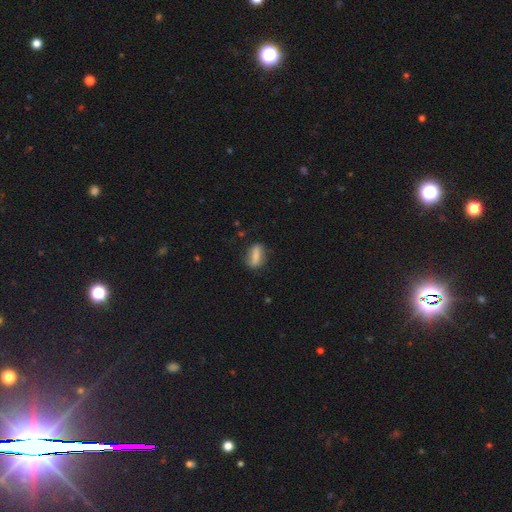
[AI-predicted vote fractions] Q: Smooth or featured?
A: smooth (72%); runner-up: featured or disk (19%)
Q: How rounded?
A: in between (63%); runner-up: cigar-shaped (29%)
Q: Merging?
A: none (73%); runner-up: minor disturbance (19%)